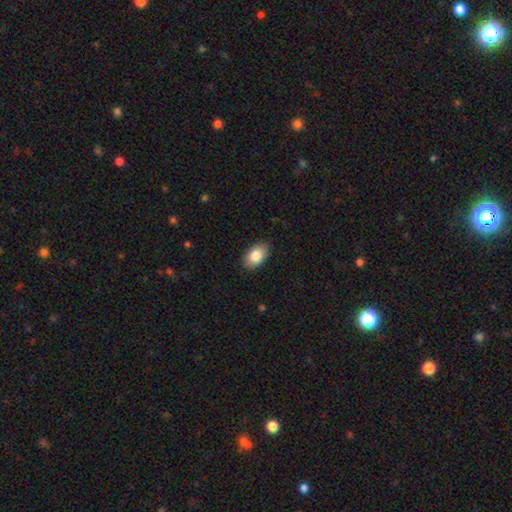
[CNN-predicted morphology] smooth_or_featured: smooth (p=0.84) [alt: featured or disk p=0.09]
how_rounded: in between (p=0.91) [alt: round p=0.08]
merging: none (p=0.87) [alt: minor disturbance p=0.10]